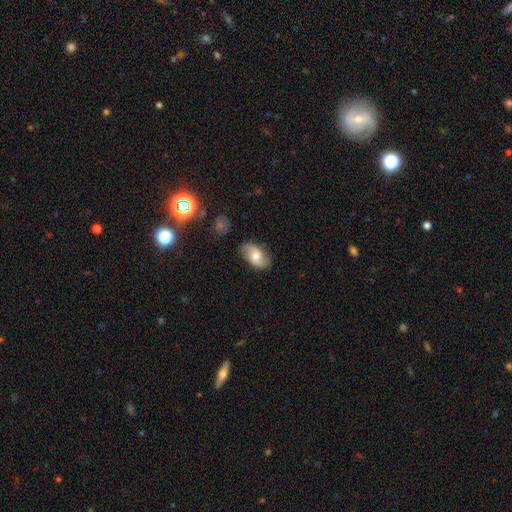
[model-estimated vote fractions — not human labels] Overall: featured or disk (51%; smooth 42%). Edge-on disk: no (94%). Merging: none (79%).